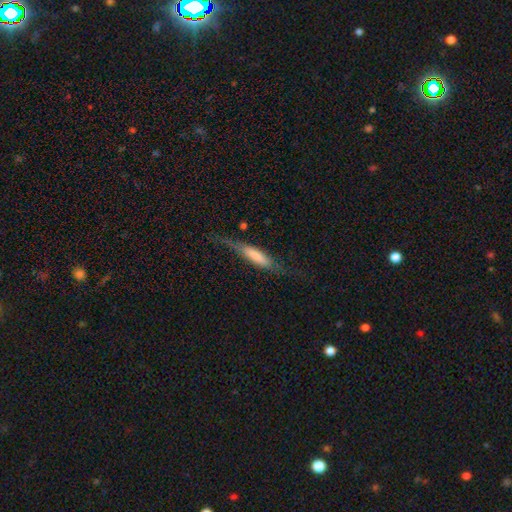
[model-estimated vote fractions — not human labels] smooth 55%, featured or disk 38%, star or artifact 6%. Down the decision tree: how rounded — cigar-shaped (73%); merging — none (56%).